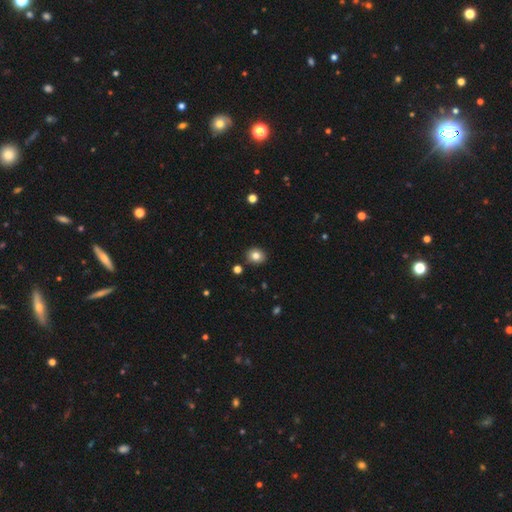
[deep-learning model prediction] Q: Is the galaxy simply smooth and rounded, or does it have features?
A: smooth — 82%.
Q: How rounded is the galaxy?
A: round — 75%.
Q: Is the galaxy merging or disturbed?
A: none — 89%.